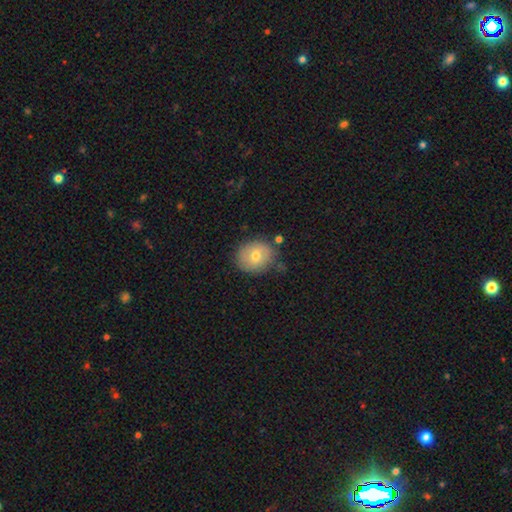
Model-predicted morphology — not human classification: A smooth galaxy with no disk features (70%) that is round (70%).

Vote fractions:
- Smooth or featured? smooth: 70% / featured or disk: 22% / star or artifact: 9%
- How rounded? round: 70% / in between: 29% / cigar-shaped: 1%
- Merging? none: 76% / minor disturbance: 16% / merger: 4% / major disturbance: 4%